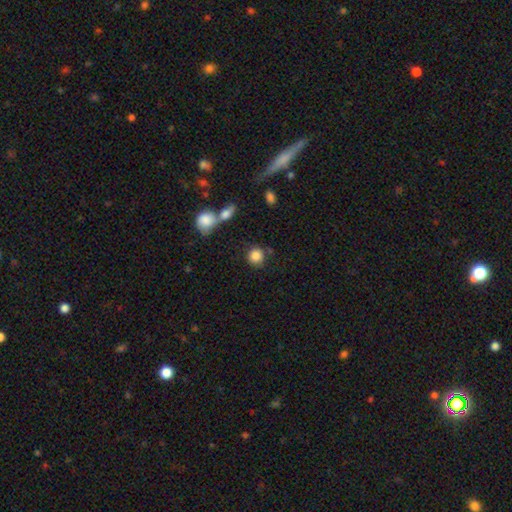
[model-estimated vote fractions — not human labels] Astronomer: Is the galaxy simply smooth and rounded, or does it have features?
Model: smooth — 86%.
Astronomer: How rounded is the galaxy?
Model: round — 87%.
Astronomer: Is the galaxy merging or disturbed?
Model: none — 74%.